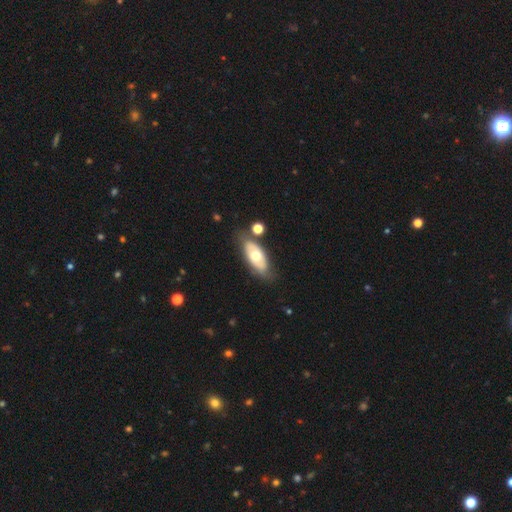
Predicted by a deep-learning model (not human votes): Q: Smooth or featured?
A: smooth (50%); runner-up: featured or disk (45%)
Q: Merging?
A: none (72%); runner-up: minor disturbance (15%)